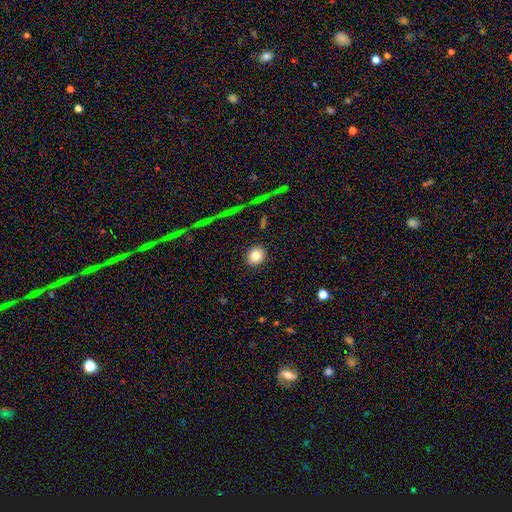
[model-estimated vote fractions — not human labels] smooth 84%, star or artifact 10%, featured or disk 6%. Down the decision tree: how rounded — round (77%); merging — none (91%).